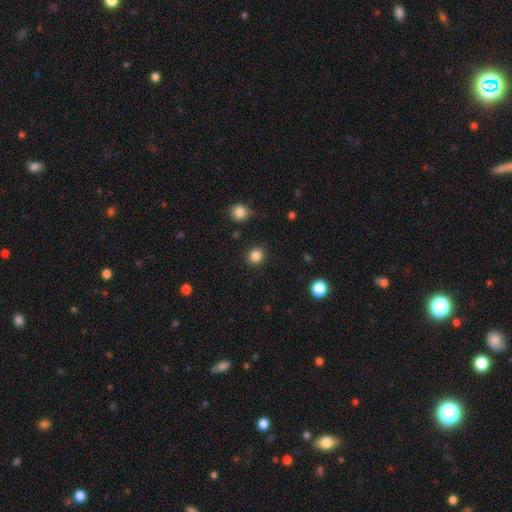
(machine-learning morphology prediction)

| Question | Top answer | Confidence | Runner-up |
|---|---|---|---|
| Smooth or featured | smooth | 86% | star or artifact (11%) |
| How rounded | round | 85% | in between (14%) |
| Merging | none | 89% | minor disturbance (7%) |